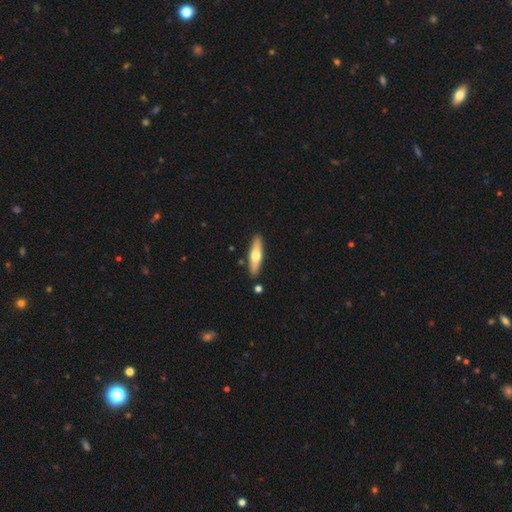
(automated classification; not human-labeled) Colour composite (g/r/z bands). It shows a featured or disk galaxy (49%). Merging: none (88%).